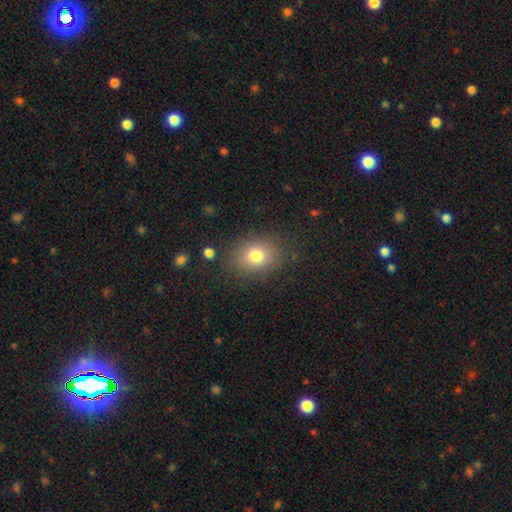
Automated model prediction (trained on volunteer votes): smooth-or-featured: smooth: 78% | star or artifact: 12% | featured or disk: 10%
  how-rounded: in between: 50% | round: 49% | cigar-shaped: 1%
  merging: none: 82% | minor disturbance: 11% | major disturbance: 5% | merger: 2%